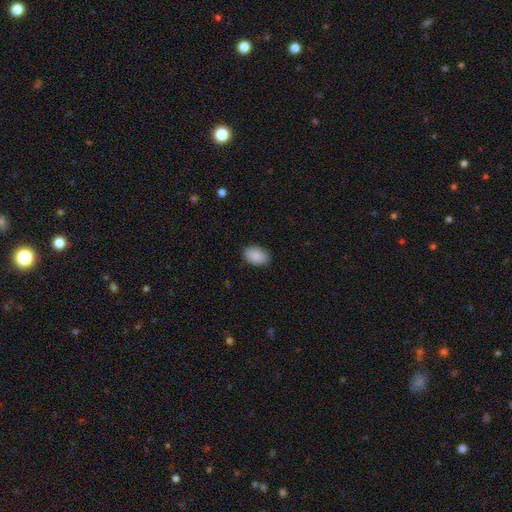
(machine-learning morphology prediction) smooth 90%, star or artifact 7%, featured or disk 3%. Down the decision tree: how rounded — in between (88%); merging — none (88%).